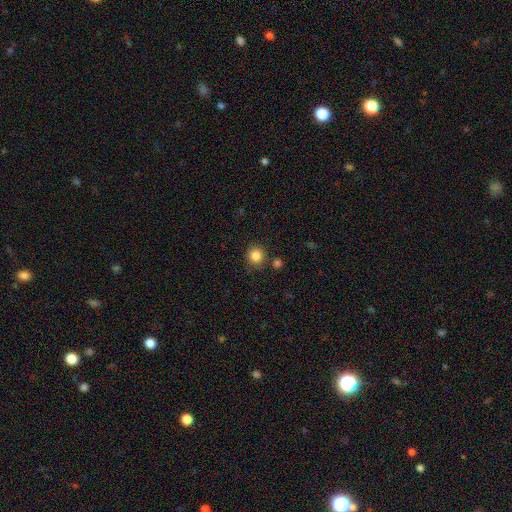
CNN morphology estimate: This is clearly a smooth galaxy (85%). How rounded: clearly round (91%). Merging: clearly none (83%).